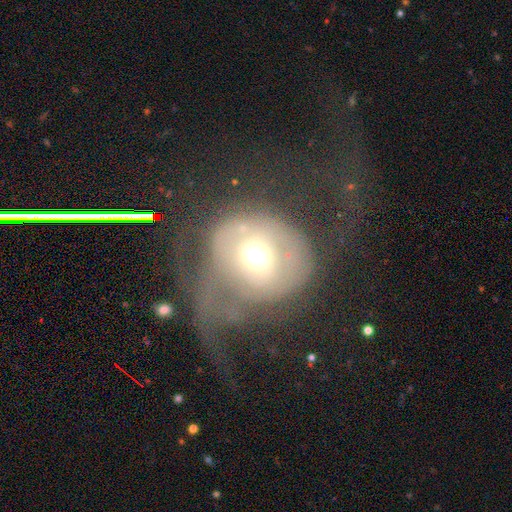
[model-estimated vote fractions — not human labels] Smooth or featured? Predicted: featured or disk (p=0.47). Merging? Predicted: major disturbance (p=0.62).